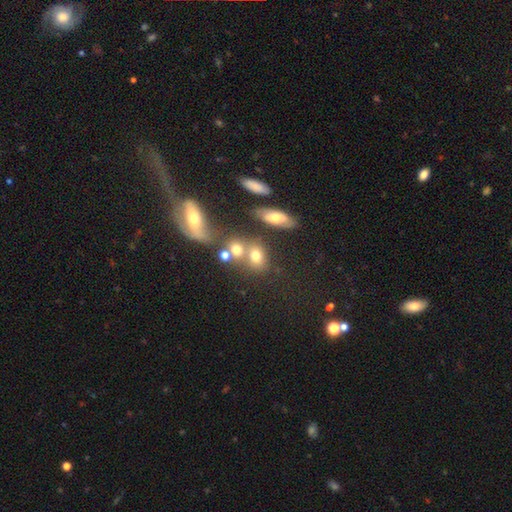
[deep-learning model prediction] The model was most divided on "merging": none: 41%, merger: 37%, minor disturbance: 13%, major disturbance: 8%. More confident: smooth or featured — smooth (68%); how rounded — in between (54%).